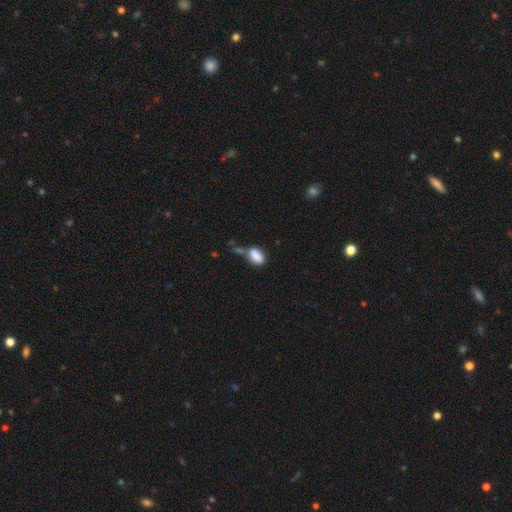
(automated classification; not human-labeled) This is clearly a smooth galaxy (83%). How rounded: clearly in between (88%). Merging: marginally none (41%).